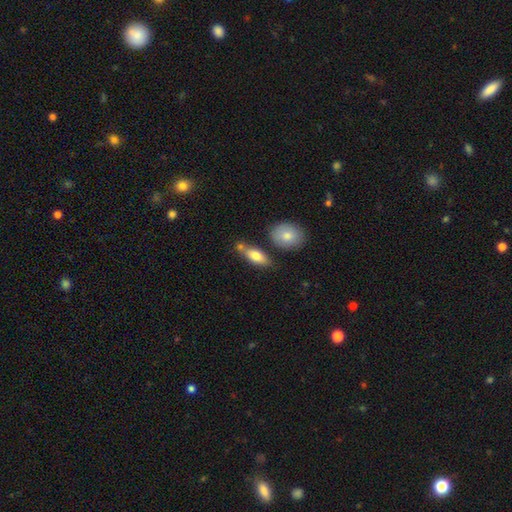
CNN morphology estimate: This appears to be a smooth galaxy with no disk features (78%) that is in between round and cigar-shaped (77%). Merging: none (63%).